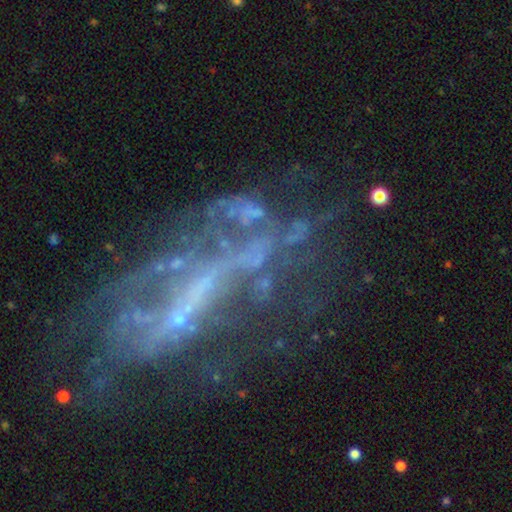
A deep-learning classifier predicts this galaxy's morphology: smooth-or-featured: star or artifact: 53% | featured or disk: 33% | smooth: 14%